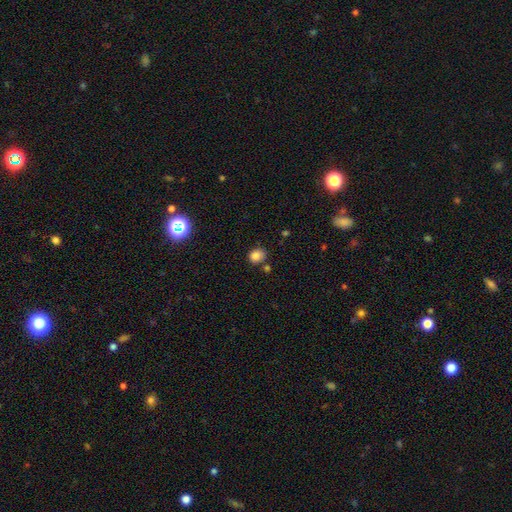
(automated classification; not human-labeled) A smooth galaxy with no disk features (82%) that is round (65%).

Vote fractions:
- Smooth or featured? smooth: 82% / star or artifact: 12% / featured or disk: 6%
- How rounded? round: 65% / in between: 34% / cigar-shaped: 1%
- Merging? none: 72% / minor disturbance: 16% / merger: 8% / major disturbance: 4%